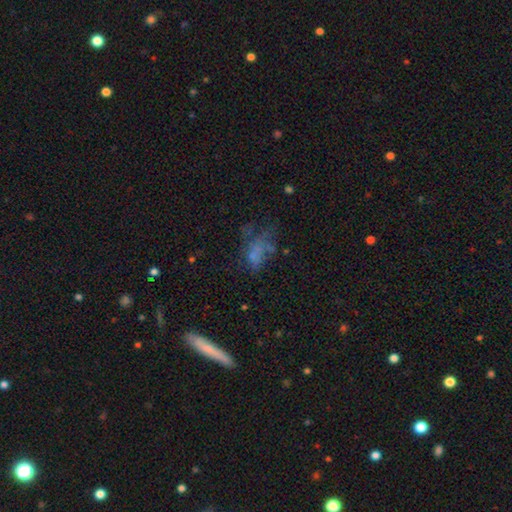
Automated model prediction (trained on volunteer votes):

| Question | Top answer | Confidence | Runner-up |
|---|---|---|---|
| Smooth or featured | smooth | 47% | featured or disk (33%) |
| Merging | none | 40% | major disturbance (31%) |